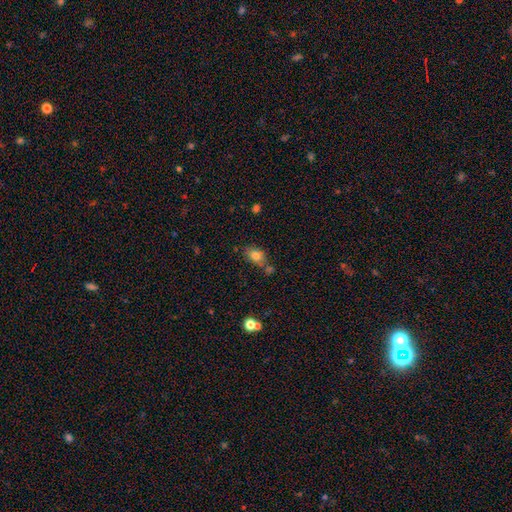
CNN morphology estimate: A smooth galaxy with no disk features (80%) that is in between round and cigar-shaped (77%). Merging: none (59%).